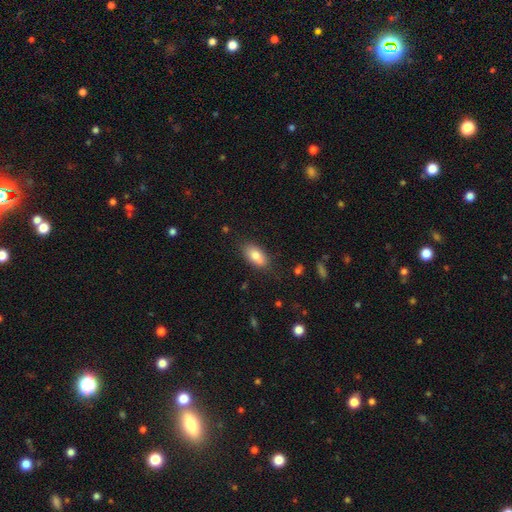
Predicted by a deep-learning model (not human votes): A smooth galaxy with no disk features (78%) that is in between round and cigar-shaped (89%). Merging: none (68%).